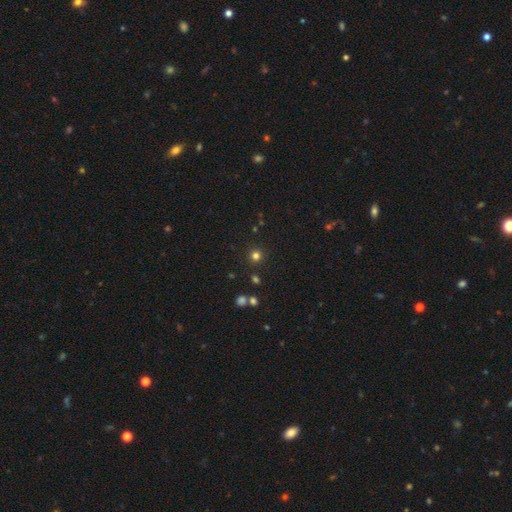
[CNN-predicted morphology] A smooth galaxy with no disk features (77%) that is round (94%). Merging: none (89%).